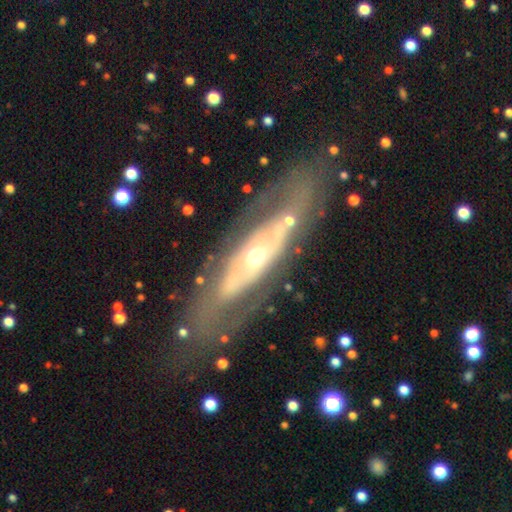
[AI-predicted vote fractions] The model was most divided on "spiral arms": no: 63%, yes: 37%. More confident: bar — no (80%); edge-on disk — no (75%); smooth or featured — featured or disk (74%); merging — none (74%); bulge size — moderate (59%).